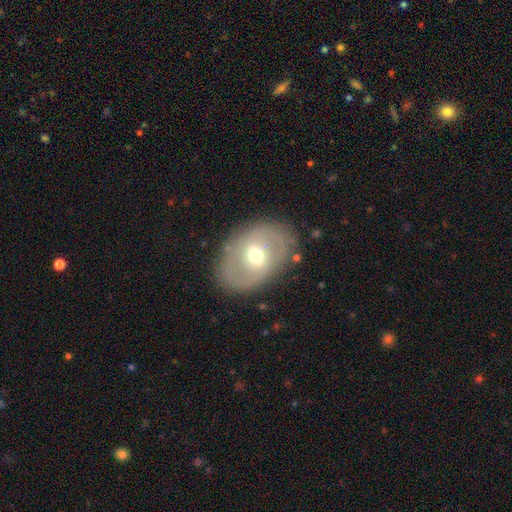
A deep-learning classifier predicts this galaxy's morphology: A featured or disk galaxy (55%) with no bar (47%), no spiral arms (70%) and a moderate central bulge (70%).

Vote fractions:
- Smooth or featured? featured or disk: 55% / smooth: 38% / star or artifact: 7%
- Edge-on disk? no: 92% / yes: 8%
- Bar? no: 47% / weak: 38% / strong: 15%
- Spiral arms? no: 70% / yes: 30%
- Bulge size? moderate: 70% / small: 19% / large: 9% / dominant: 1% / none: 1%
- Merging? none: 81% / minor disturbance: 12% / major disturbance: 5% / merger: 2%